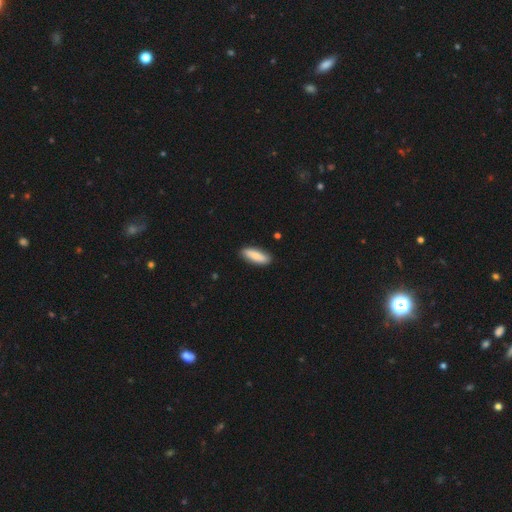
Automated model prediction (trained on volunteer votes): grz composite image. It shows a smooth galaxy with no disk features (78%) that is in between round and cigar-shaped (62%). Merging: none (88%).